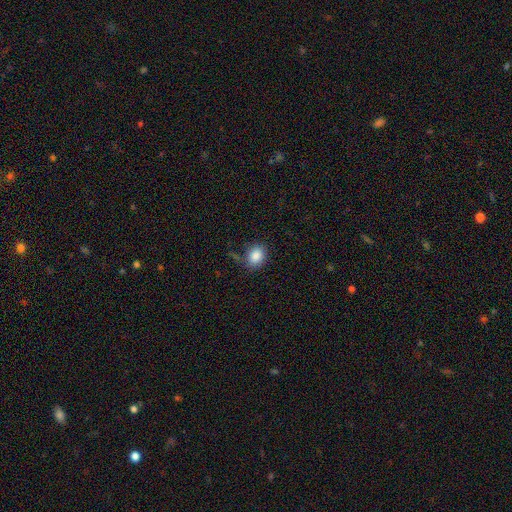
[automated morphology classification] The model was most divided on "how rounded": round: 51%, in between: 48%, cigar-shaped: 1%. More confident: smooth or featured — smooth (86%); merging — none (74%).